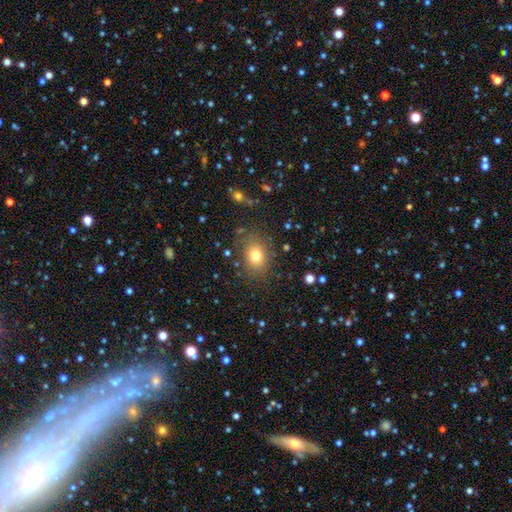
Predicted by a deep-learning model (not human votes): smooth 77%, star or artifact 13%, featured or disk 10%. Down the decision tree: how rounded — in between (56%); merging — none (81%).